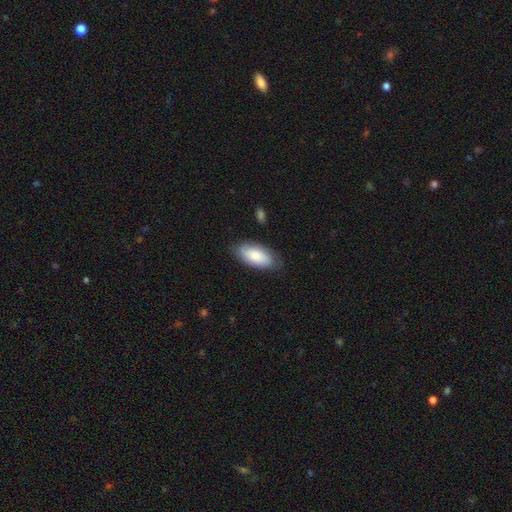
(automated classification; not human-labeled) Smooth or featured: smooth — 76% (featured or disk — 19%)
How rounded: in between — 92% (cigar-shaped — 6%)
Merging: none — 77% (minor disturbance — 18%)